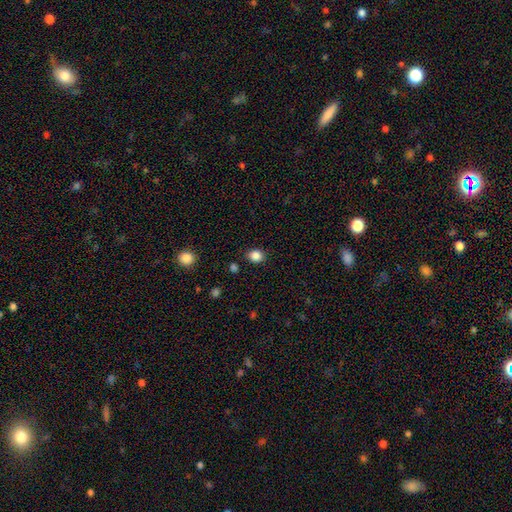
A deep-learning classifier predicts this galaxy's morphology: Overall: smooth (86%). How rounded: round (61%; in between 38%). Merging: none (85%).